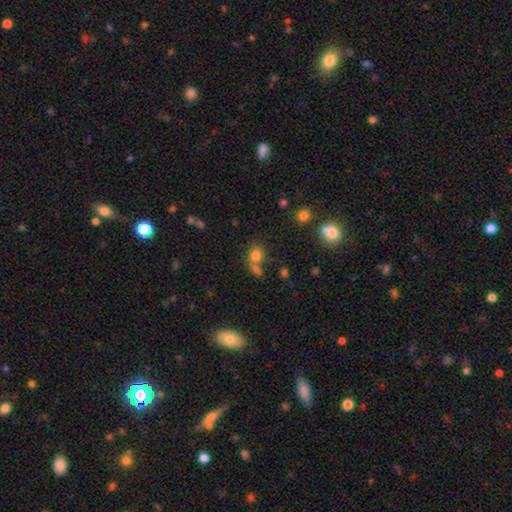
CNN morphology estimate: This appears to be a smooth galaxy with no disk features (76%) that is round (65%). Merging: none (43%).